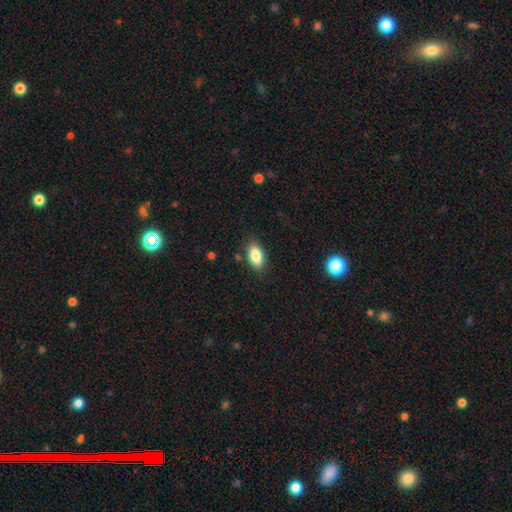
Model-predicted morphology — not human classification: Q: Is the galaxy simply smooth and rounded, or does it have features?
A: smooth — 84%.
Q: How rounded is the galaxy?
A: in between — 91%.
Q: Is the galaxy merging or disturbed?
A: none — 84%.